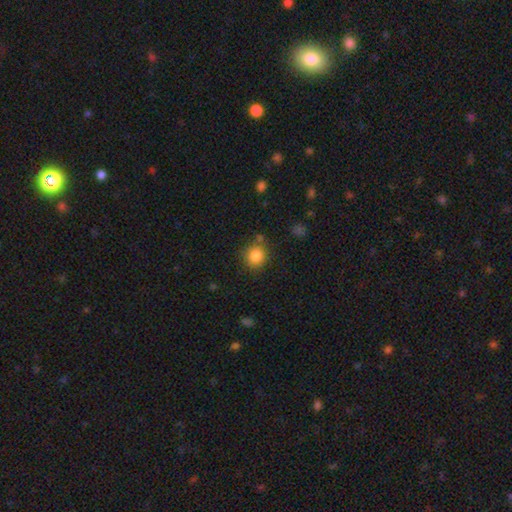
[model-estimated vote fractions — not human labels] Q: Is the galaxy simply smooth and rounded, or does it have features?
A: smooth — 85%.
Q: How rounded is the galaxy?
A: round — 87%.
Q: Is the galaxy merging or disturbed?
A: none — 79%.